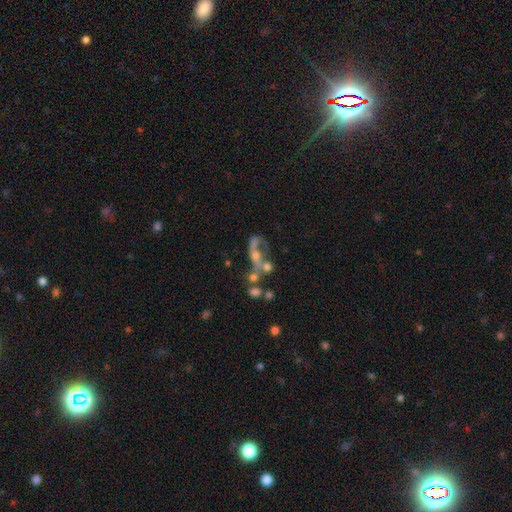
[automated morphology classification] This is possibly a featured or disk galaxy (58%). It is clearly not viewed edge-on (92%). Bar: clearly no (80%). Spiral arm pattern: likely no (73%). Central bulge: marginally none (32%). Merging: marginally merger (38%).